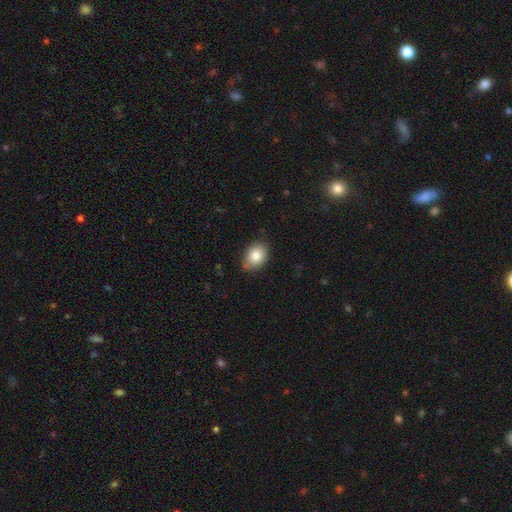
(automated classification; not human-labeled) smooth_or_featured: smooth (p=0.83) [alt: featured or disk p=0.09]
how_rounded: in between (p=0.71) [alt: round p=0.28]
merging: none (p=0.81) [alt: minor disturbance p=0.15]